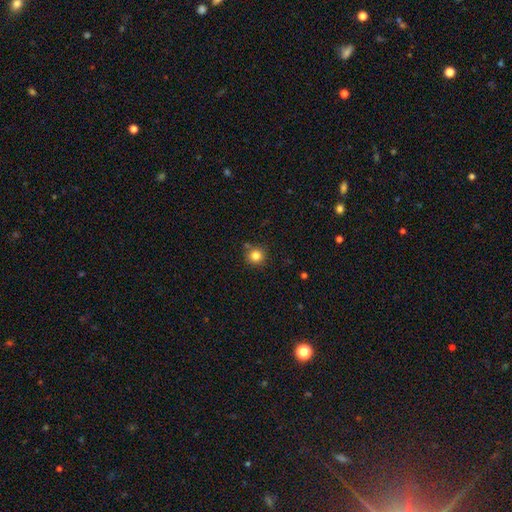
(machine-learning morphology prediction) The model was most divided on "smooth or featured": smooth: 82%, star or artifact: 12%, featured or disk: 6%. More confident: how rounded — round (93%); merging — none (83%).